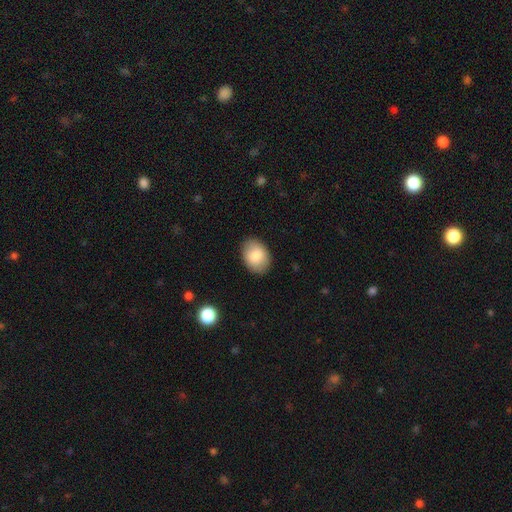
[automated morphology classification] smooth-or-featured: smooth: 85% | featured or disk: 8% | star or artifact: 7%
  how-rounded: in between: 72% | round: 27% | cigar-shaped: 1%
  merging: none: 87% | minor disturbance: 9% | major disturbance: 2% | merger: 1%